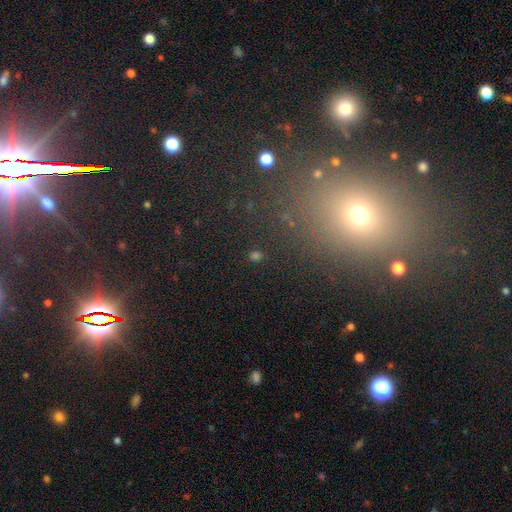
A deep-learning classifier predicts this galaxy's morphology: This appears to be a star or artifact, not a galaxy (45%).